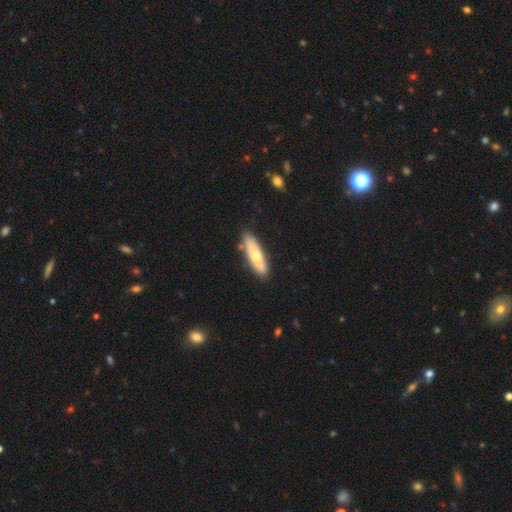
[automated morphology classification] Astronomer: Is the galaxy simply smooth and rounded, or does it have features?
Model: smooth — 66%.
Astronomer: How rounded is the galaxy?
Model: cigar-shaped — 67%.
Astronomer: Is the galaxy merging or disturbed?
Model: none — 83%.